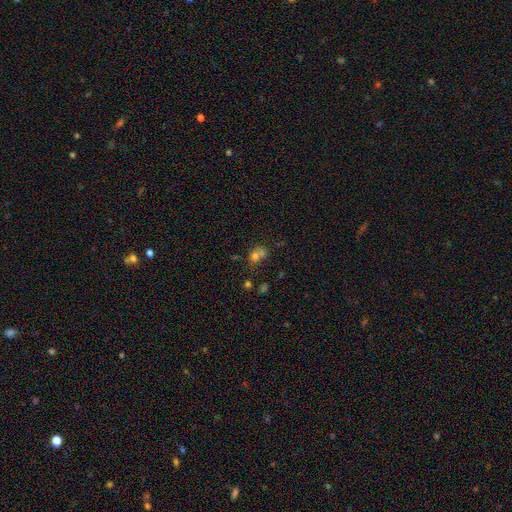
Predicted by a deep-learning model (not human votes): Q: Smooth or featured?
A: smooth (65%); runner-up: star or artifact (20%)
Q: How rounded?
A: round (62%); runner-up: in between (37%)
Q: Merging?
A: merger (50%); runner-up: none (32%)